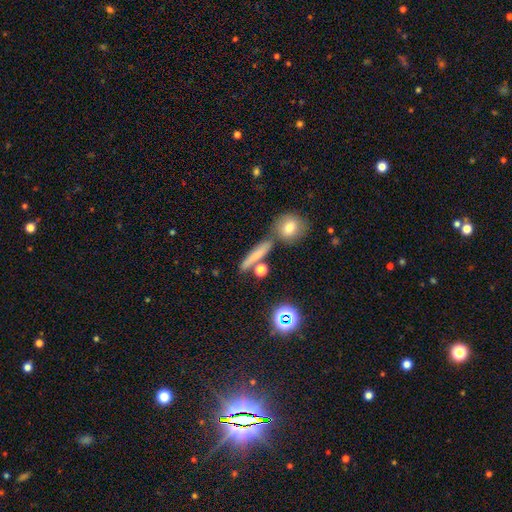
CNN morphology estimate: This appears to be a smooth galaxy with no disk features (70%) that is cigar-shaped (76%). Merging: none (70%).